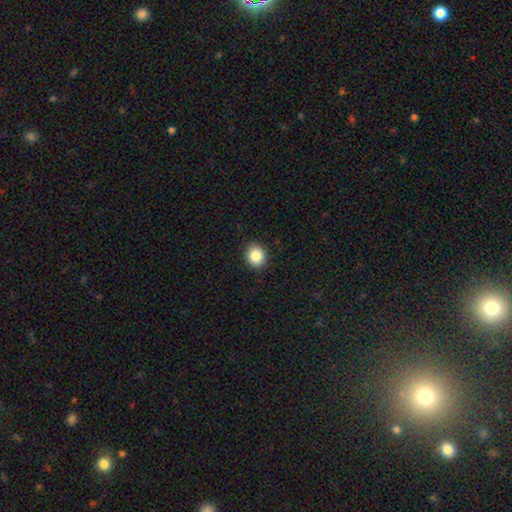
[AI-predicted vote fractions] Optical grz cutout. It shows a smooth galaxy with no disk features (86%) that is round (77%). Merging: none (91%).